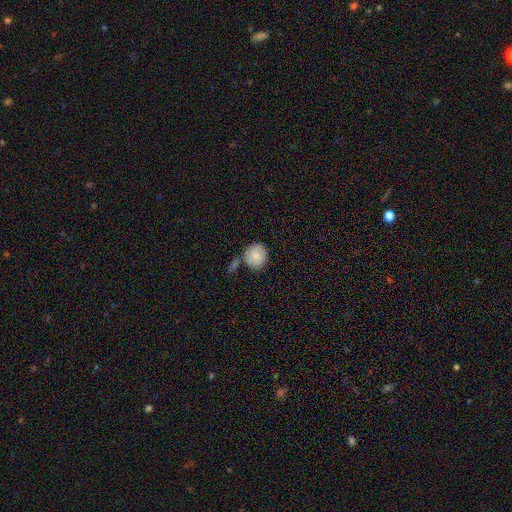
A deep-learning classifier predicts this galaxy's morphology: Smooth or featured?
  - smooth: 85% *
  - featured or disk: 9%
  - star or artifact: 7%
How rounded?
  - round: 85% *
  - in between: 14%
  - cigar-shaped: 1%
Merging?
  - none: 65% *
  - minor disturbance: 16%
  - merger: 15%
  - major disturbance: 4%